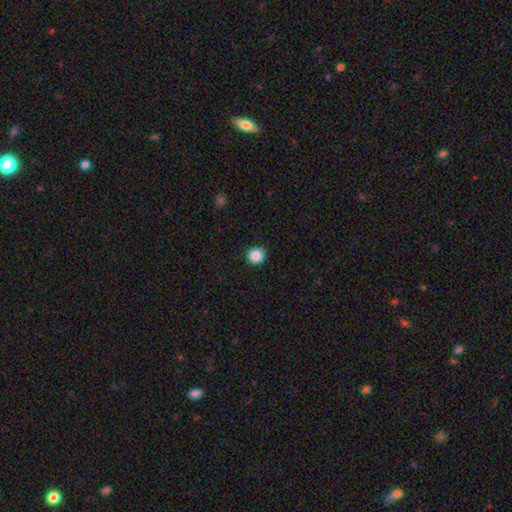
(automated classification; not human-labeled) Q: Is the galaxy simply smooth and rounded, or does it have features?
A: smooth — 87%.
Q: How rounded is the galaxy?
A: round — 92%.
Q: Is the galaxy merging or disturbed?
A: none — 91%.